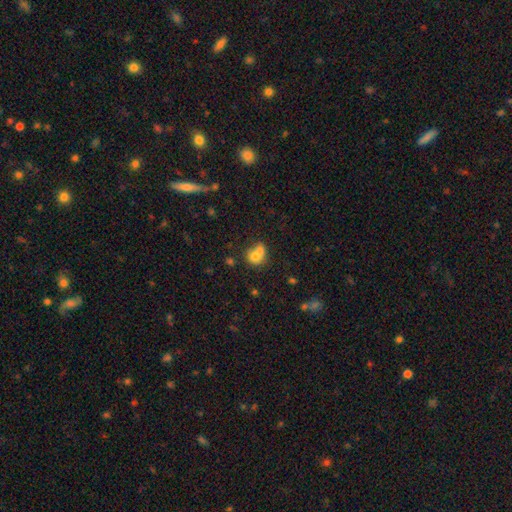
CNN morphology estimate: The model was most divided on "merging": merger: 58%, none: 30%, minor disturbance: 9%, major disturbance: 4%. More confident: how rounded — round (73%); smooth or featured — smooth (73%).